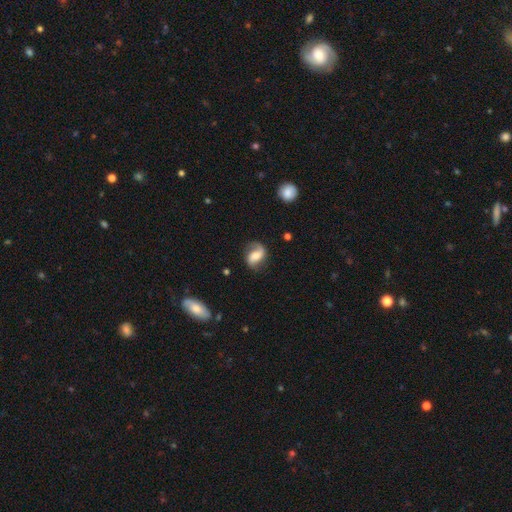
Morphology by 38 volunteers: Smooth or featured? 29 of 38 (76%) said featured or disk. Edge-on disk? 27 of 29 (93%) said no. Bar? 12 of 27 (44%) said weak. Spiral arms? 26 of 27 (96%) said yes. Spiral winding? 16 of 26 (62%) said loose. Spiral arm count? 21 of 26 (81%) said 2. Bulge size? 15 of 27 (56%) said moderate. Merging? 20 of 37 (54%) said none.